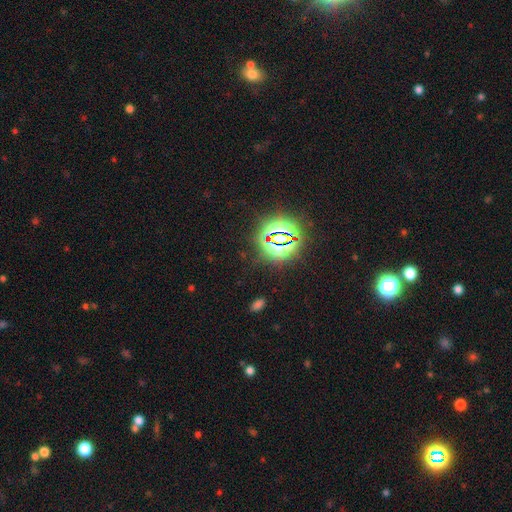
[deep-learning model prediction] Smooth or featured: star or artifact — 82% (smooth — 12%)